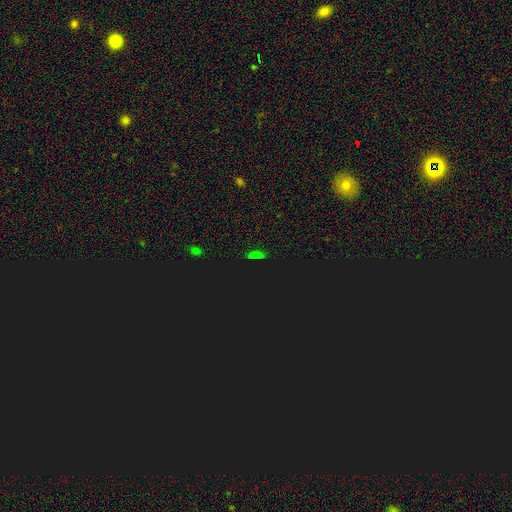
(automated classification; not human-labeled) Overall: star or artifact (54%; smooth 37%).